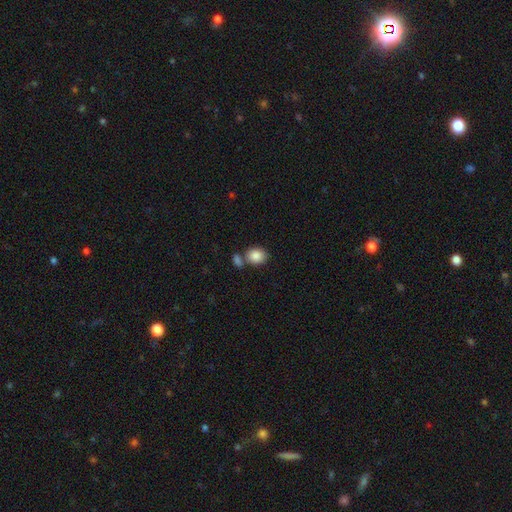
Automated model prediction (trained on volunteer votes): smooth_or_featured: smooth (p=0.86) [alt: star or artifact p=0.08]
how_rounded: round (p=0.51) [alt: in between p=0.48]
merging: none (p=0.60) [alt: merger p=0.25]